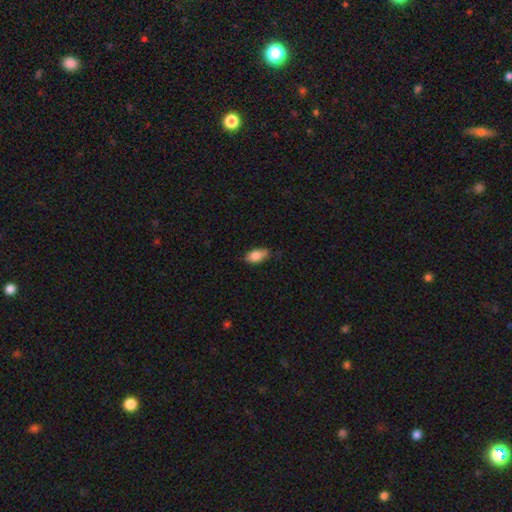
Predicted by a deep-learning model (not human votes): The model was most divided on "merging": none: 74%, minor disturbance: 21%, major disturbance: 4%, merger: 1%. More confident: how rounded — in between (90%); smooth or featured — smooth (85%).